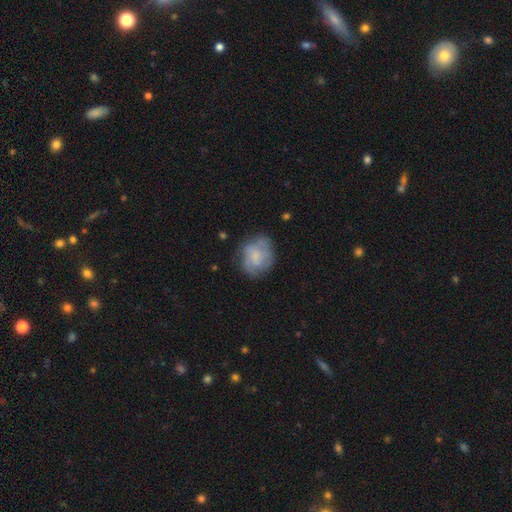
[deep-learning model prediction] Smooth or featured?
  - smooth: 50% *
  - featured or disk: 42%
  - star or artifact: 8%
Merging?
  - none: 62% *
  - minor disturbance: 24%
  - major disturbance: 12%
  - merger: 2%